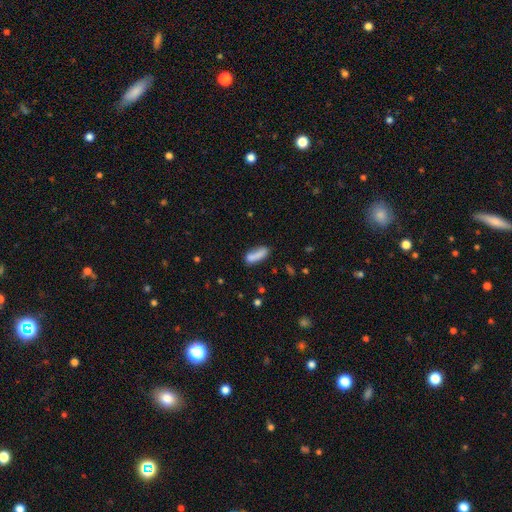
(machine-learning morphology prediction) A smooth galaxy with no disk features (80%) that is in between round and cigar-shaped (54%). Merging: none (60%).